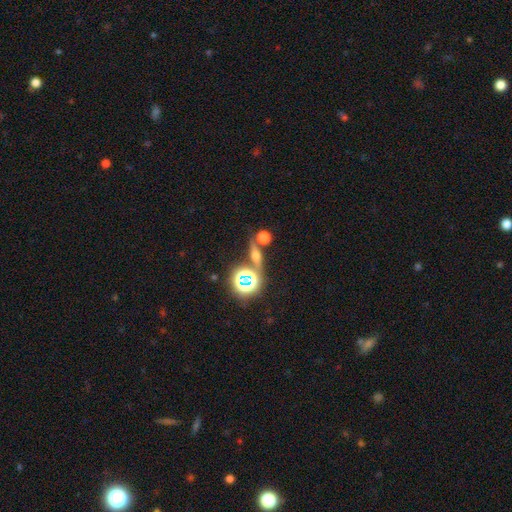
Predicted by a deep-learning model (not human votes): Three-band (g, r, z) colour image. It shows a smooth galaxy with no disk features (38%). Merging: none (69%).